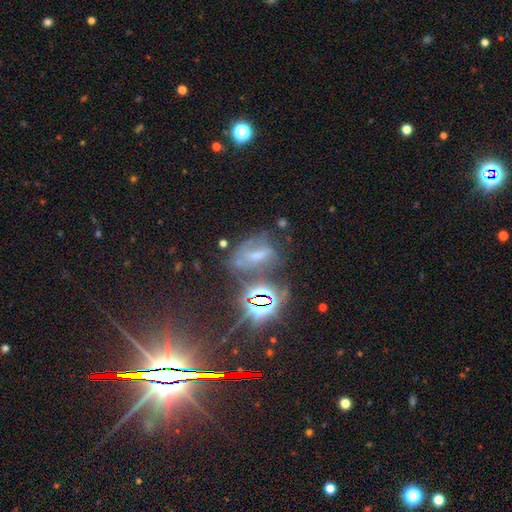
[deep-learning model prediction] This appears to be a star or artifact, not a galaxy (41%).